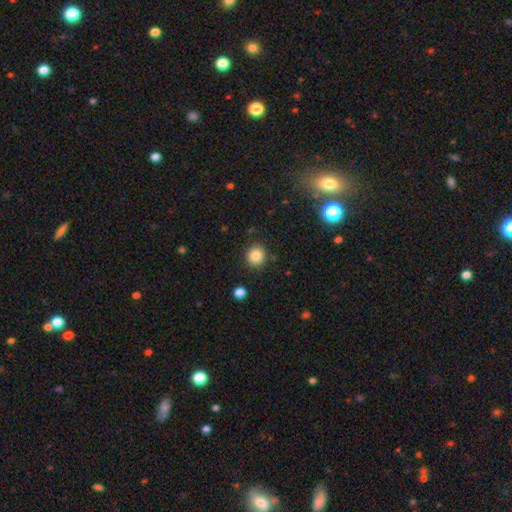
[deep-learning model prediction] A smooth galaxy with no disk features (84%) that is round (89%). Merging: none (87%).